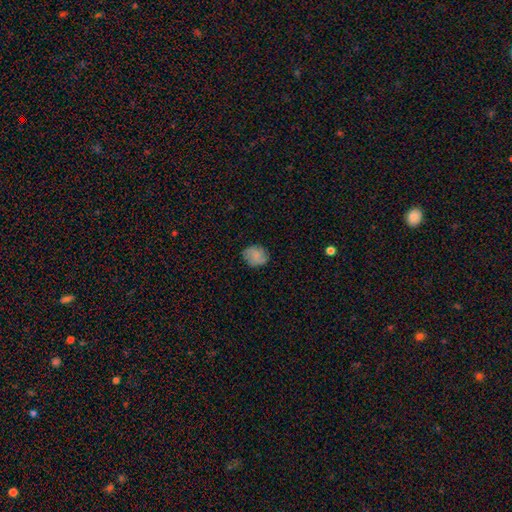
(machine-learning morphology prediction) The model was most divided on "how rounded": round: 64%, in between: 35%, cigar-shaped: 1%. More confident: merging — none (78%); smooth or featured — smooth (69%).